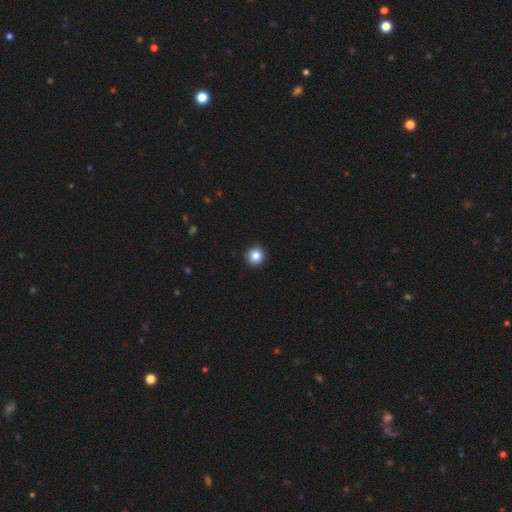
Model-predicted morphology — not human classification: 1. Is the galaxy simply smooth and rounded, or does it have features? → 85% smooth, 11% star or artifact, 5% featured or disk.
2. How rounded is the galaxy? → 94% round, 5% in between, 1% cigar-shaped.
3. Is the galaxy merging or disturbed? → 92% none, 5% minor disturbance, 1% major disturbance, 1% merger.